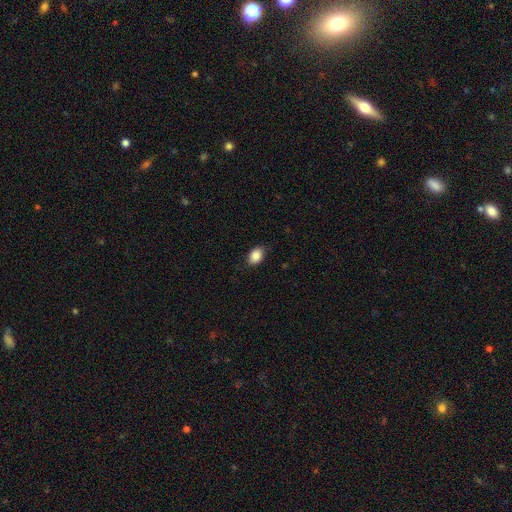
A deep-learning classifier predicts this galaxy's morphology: This appears to be a smooth galaxy with no disk features (87%) that is in between round and cigar-shaped (83%). Merging: none (84%).